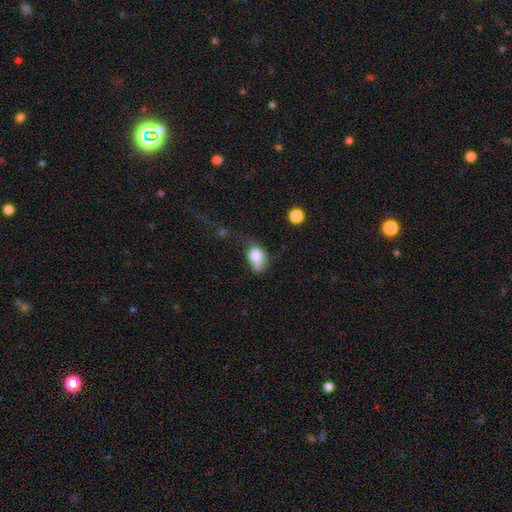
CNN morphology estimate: Overall: smooth (76%). How rounded: in between (73%). Merging: major disturbance (30%, tied with minor disturbance).